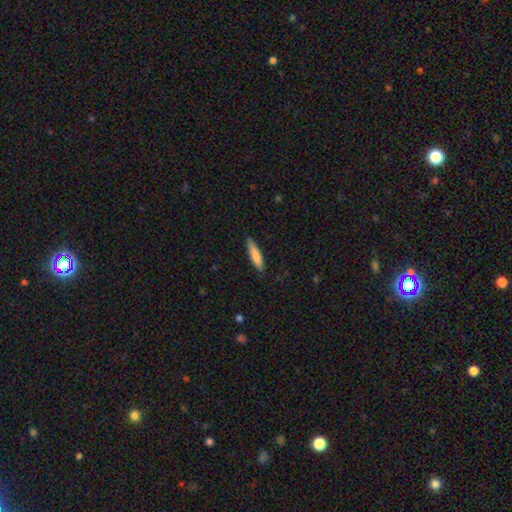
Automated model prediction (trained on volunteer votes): Morphology: type=smooth (79%); roundness=cigar-shaped (80%); merging=none (82%).